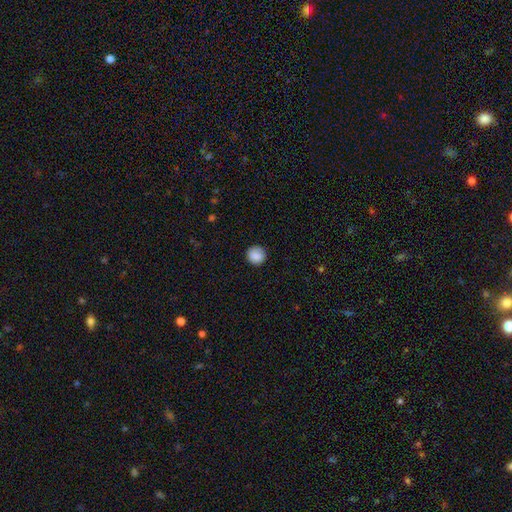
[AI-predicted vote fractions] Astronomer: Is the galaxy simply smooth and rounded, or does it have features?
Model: smooth — 87%.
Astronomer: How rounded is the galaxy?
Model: round — 94%.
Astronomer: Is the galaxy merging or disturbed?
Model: none — 87%.